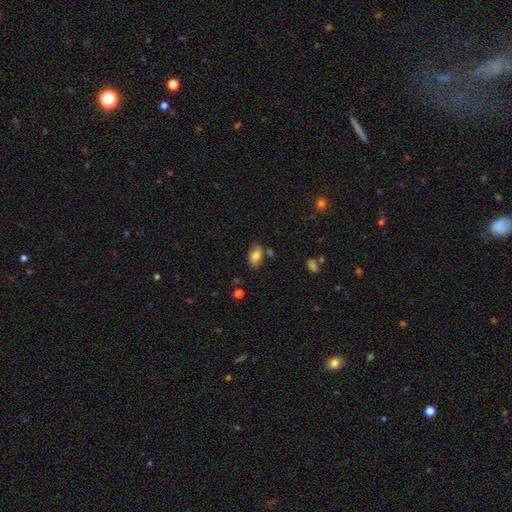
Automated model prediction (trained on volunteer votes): A smooth galaxy with no disk features (82%) that is in between round and cigar-shaped (92%). Merging: none (79%).